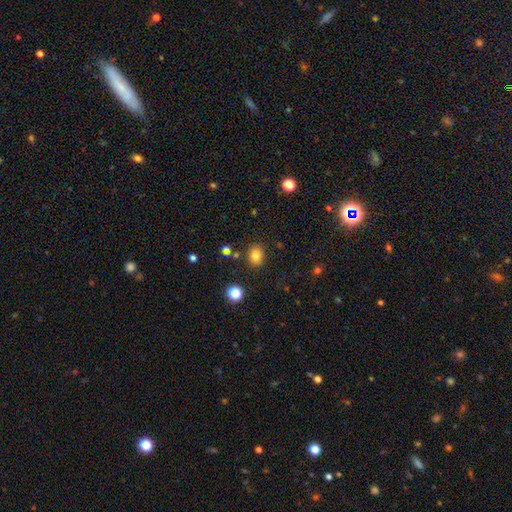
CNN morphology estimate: Overall: smooth (79%). How rounded: round (63%; in between 36%). Merging: none (82%).